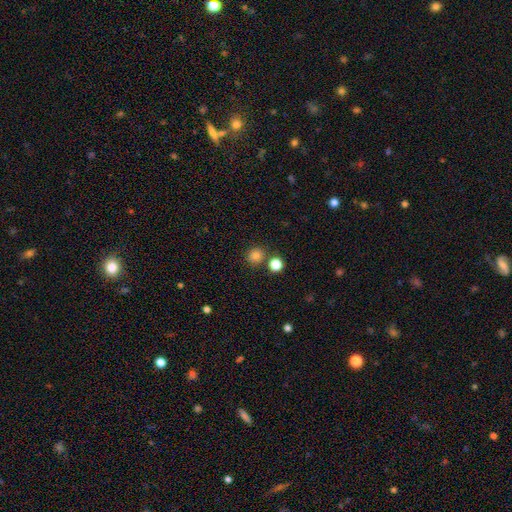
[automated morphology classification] Smooth or featured? Predicted: smooth (p=0.83). How rounded? Predicted: round (p=0.89). Merging? Predicted: none (p=0.79).